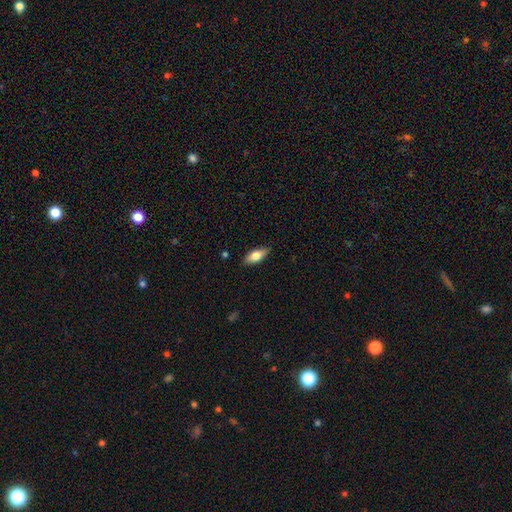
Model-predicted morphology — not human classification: smooth 71%, featured or disk 22%, star or artifact 6%. Down the decision tree: how rounded — in between (79%); merging — none (87%).